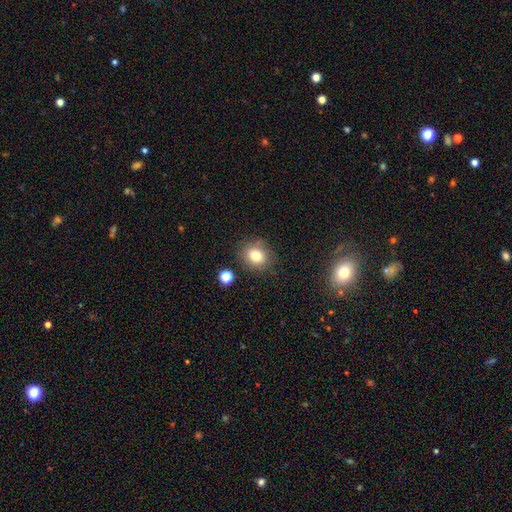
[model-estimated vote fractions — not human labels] Smooth or featured? smooth (80%)
How rounded? round (72%)
Merging? none (81%)